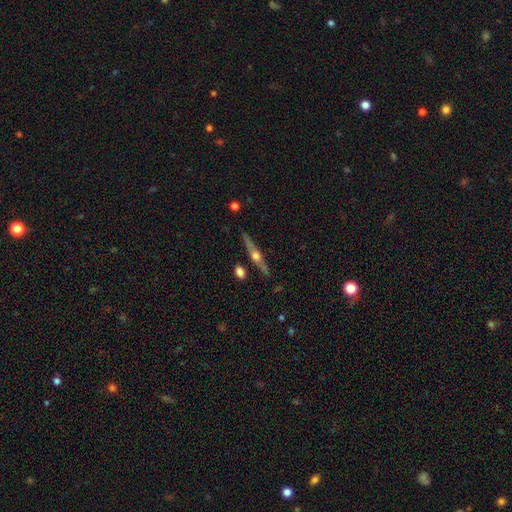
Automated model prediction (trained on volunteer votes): Overall: featured or disk (81%). Edge-on disk: yes (98%). Edge-on bulge: rounded (94%). Merging: none (88%).